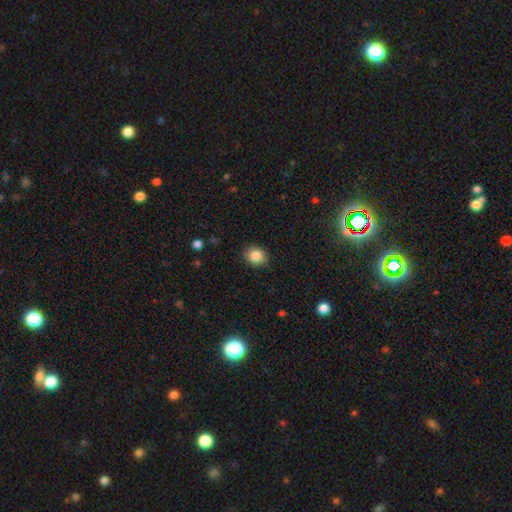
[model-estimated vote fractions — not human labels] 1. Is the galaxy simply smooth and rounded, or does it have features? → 85% smooth, 10% star or artifact, 6% featured or disk.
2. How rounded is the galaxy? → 71% round, 28% in between, 1% cigar-shaped.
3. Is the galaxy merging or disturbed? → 88% none, 9% minor disturbance, 2% major disturbance, 1% merger.